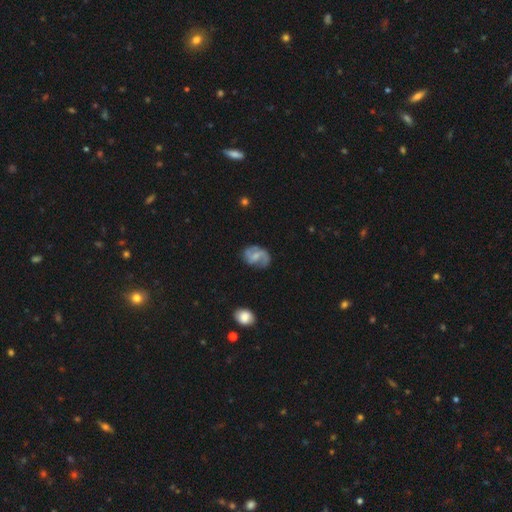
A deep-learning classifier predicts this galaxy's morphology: This is likely a featured or disk galaxy (74%). It is clearly not viewed edge-on (97%). Bar: possibly weak (50%). Spiral arm pattern: clearly yes (92%). Spiral arm count: clearly 2 (85%). Spiral winding: marginally medium (45%). Central bulge: possibly small (50%). Merging: likely none (66%).